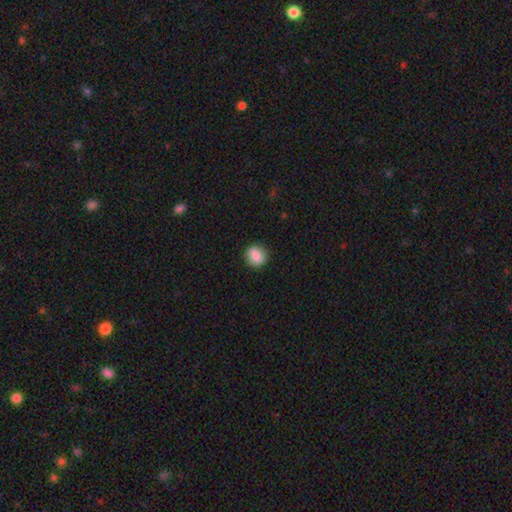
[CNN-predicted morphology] This is clearly a smooth galaxy (87%). How rounded: likely round (68%). Merging: clearly none (86%).